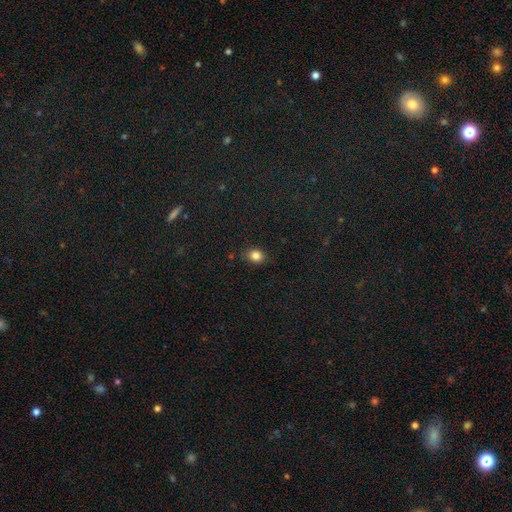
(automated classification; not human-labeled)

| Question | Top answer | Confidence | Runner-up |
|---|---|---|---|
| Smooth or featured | smooth | 83% | star or artifact (12%) |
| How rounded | round | 52% | in between (47%) |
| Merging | none | 84% | minor disturbance (12%) |